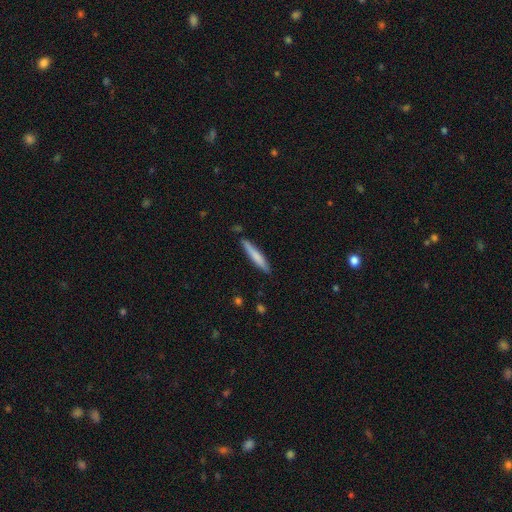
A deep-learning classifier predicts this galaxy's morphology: Smooth or featured? Predicted: smooth (p=0.70). How rounded? Predicted: cigar-shaped (p=0.94). Merging? Predicted: none (p=0.85).